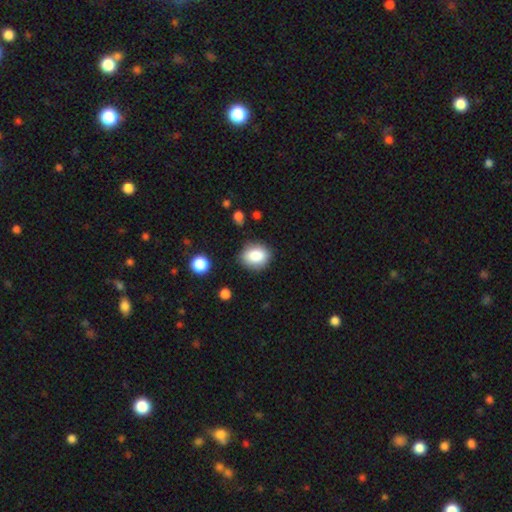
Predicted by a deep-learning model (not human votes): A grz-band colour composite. It shows a smooth galaxy with no disk features (85%) that is round (50%). Merging: none (81%).